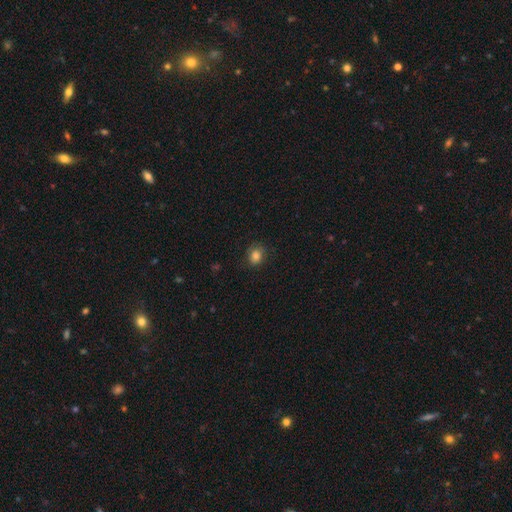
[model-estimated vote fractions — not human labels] Smooth or featured? smooth (82%)
How rounded? round (58%)
Merging? none (79%)